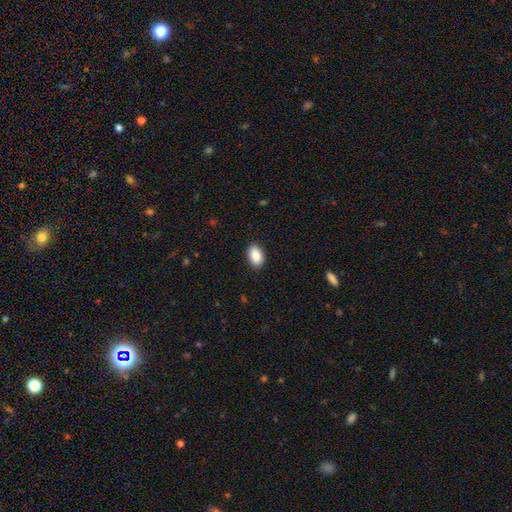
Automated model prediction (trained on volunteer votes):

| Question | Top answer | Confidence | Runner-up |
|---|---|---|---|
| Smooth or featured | smooth | 89% | star or artifact (7%) |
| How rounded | in between | 91% | round (7%) |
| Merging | none | 89% | minor disturbance (8%) |